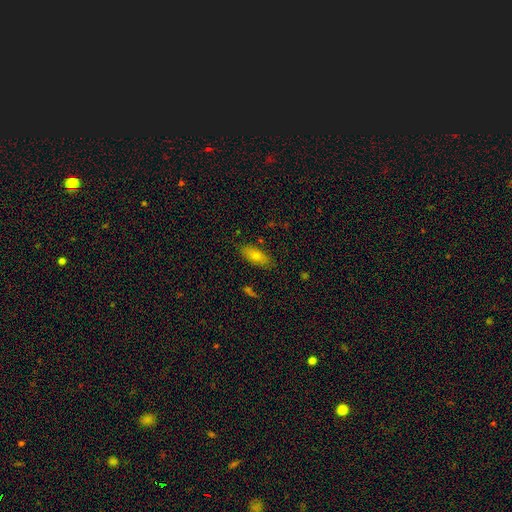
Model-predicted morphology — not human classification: Smooth or featured?
  - smooth: 70% *
  - featured or disk: 22%
  - star or artifact: 8%
How rounded?
  - in between: 80% *
  - cigar-shaped: 16%
  - round: 3%
Merging?
  - none: 82% *
  - minor disturbance: 13%
  - major disturbance: 3%
  - merger: 2%